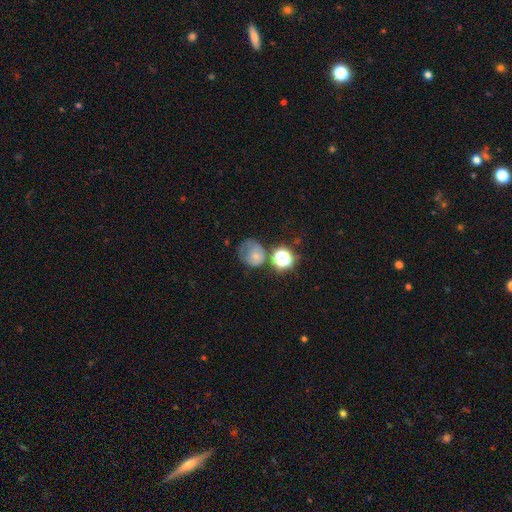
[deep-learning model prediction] smooth_or_featured: smooth (p=0.59) [alt: featured or disk p=0.24]
how_rounded: round (p=0.69) [alt: in between p=0.30]
merging: none (p=0.36) [alt: minor disturbance p=0.26]